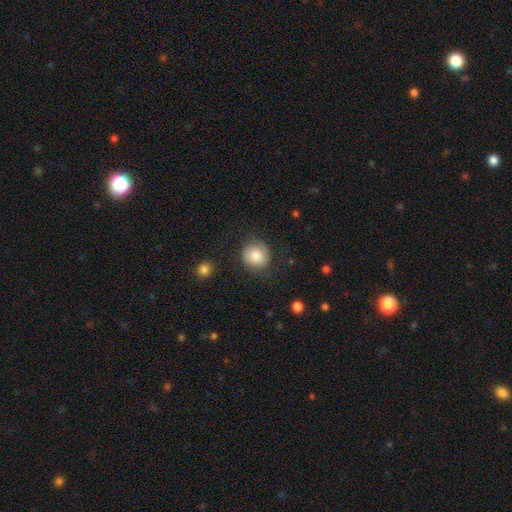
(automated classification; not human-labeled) A smooth galaxy with no disk features (81%) that is round (87%).

Vote fractions:
- Smooth or featured? smooth: 81% / featured or disk: 11% / star or artifact: 8%
- How rounded? round: 87% / in between: 12% / cigar-shaped: 1%
- Merging? none: 79% / minor disturbance: 14% / major disturbance: 5% / merger: 2%